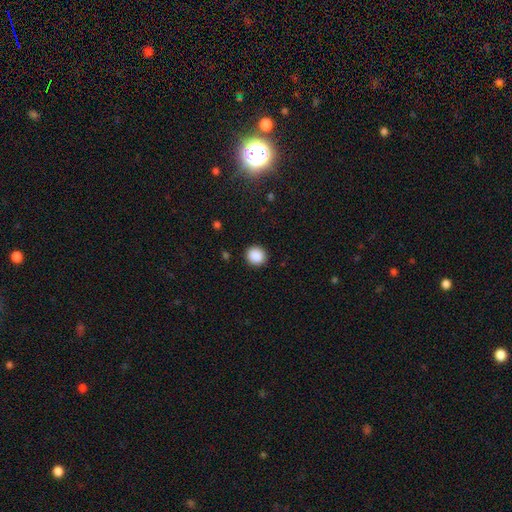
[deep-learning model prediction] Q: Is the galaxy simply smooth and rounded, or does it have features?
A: smooth — 89%.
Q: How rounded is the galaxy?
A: round — 86%.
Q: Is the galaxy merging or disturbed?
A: none — 91%.